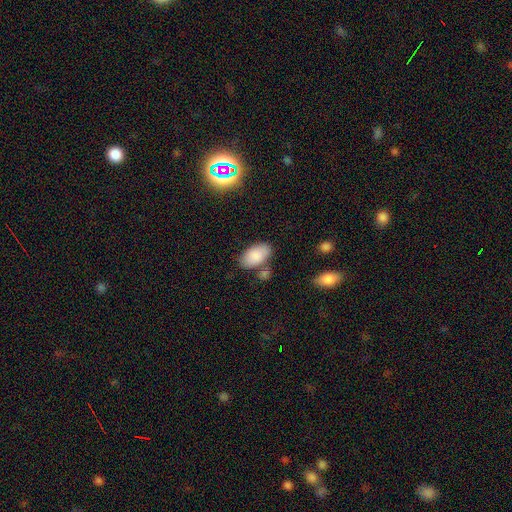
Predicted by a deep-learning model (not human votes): This appears to be a smooth galaxy with no disk features (87%) that is in between round and cigar-shaped (95%). Merging: none (68%).